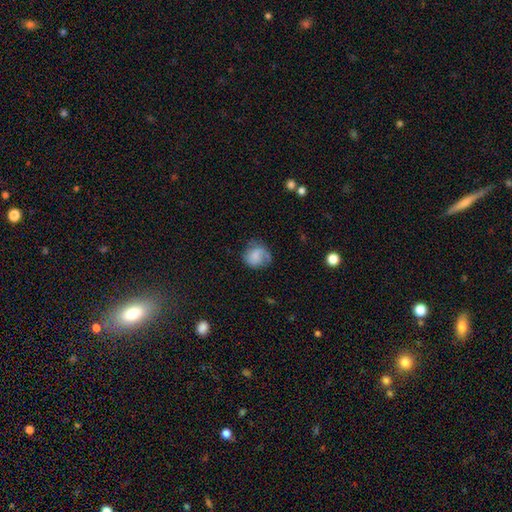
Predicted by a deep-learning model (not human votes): Overall: smooth (69%). How rounded: round (73%). Merging: none (53%; minor disturbance 28%).